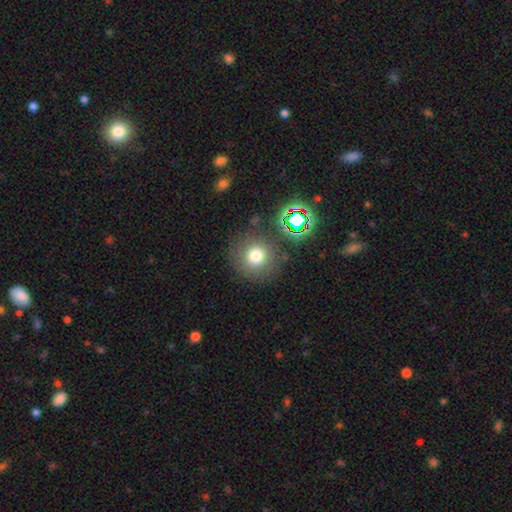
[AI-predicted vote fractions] Smooth or featured: smooth — 73% (star or artifact — 17%)
How rounded: round — 93% (in between — 6%)
Merging: none — 82% (minor disturbance — 9%)